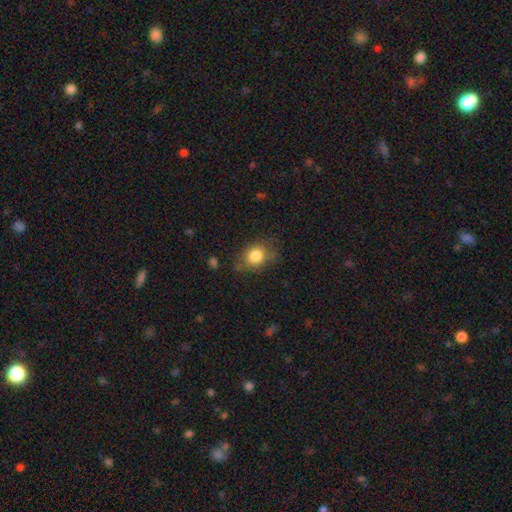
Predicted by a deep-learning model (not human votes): This appears to be a smooth galaxy with no disk features (81%) that is round (50%). Merging: none (67%).